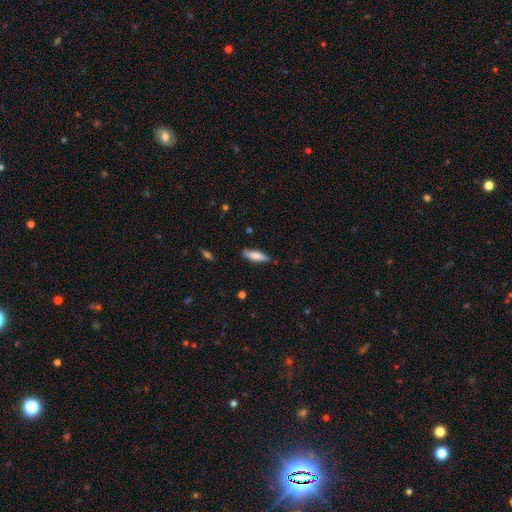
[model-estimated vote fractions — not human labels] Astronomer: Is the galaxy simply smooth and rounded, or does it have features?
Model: smooth — 76%.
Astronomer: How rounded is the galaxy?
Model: cigar-shaped — 60% (runner-up: in between, 38%).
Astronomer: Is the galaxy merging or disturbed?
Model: none — 81%.